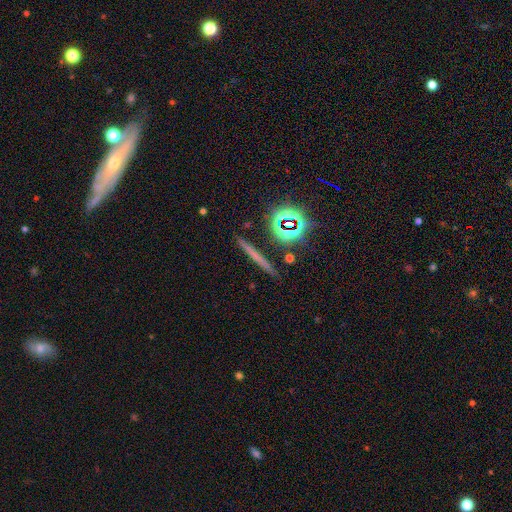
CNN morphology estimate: Smooth or featured: smooth — 46% (featured or disk — 29%)
Merging: none — 88% (minor disturbance — 7%)